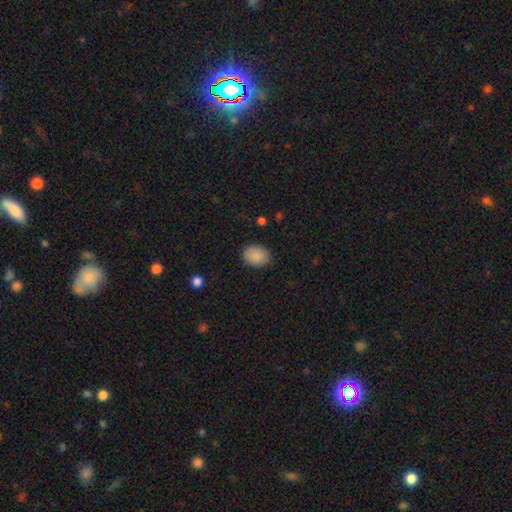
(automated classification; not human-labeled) smooth_or_featured: smooth (p=0.88) [alt: star or artifact p=0.07]
how_rounded: in between (p=0.57) [alt: round p=0.42]
merging: none (p=0.86) [alt: minor disturbance p=0.11]